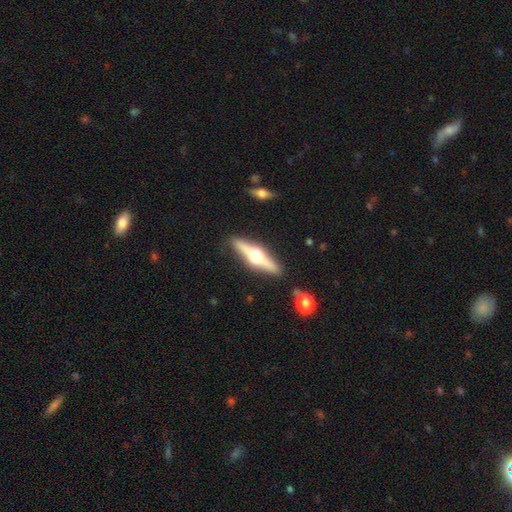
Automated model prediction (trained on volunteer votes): This appears to be a featured or disk galaxy (74%) viewed edge-on (97%) with a rounded central bulge (96%). Merging: none (87%).